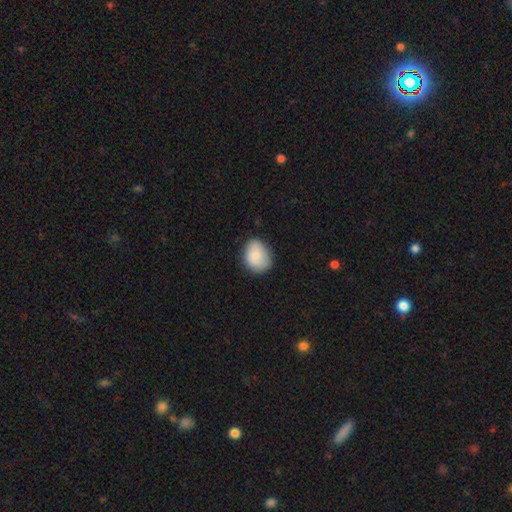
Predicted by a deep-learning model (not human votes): smooth_or_featured: smooth (p=0.84) [alt: featured or disk p=0.09]
how_rounded: round (p=0.50) [alt: in between p=0.49]
merging: none (p=0.75) [alt: minor disturbance p=0.20]